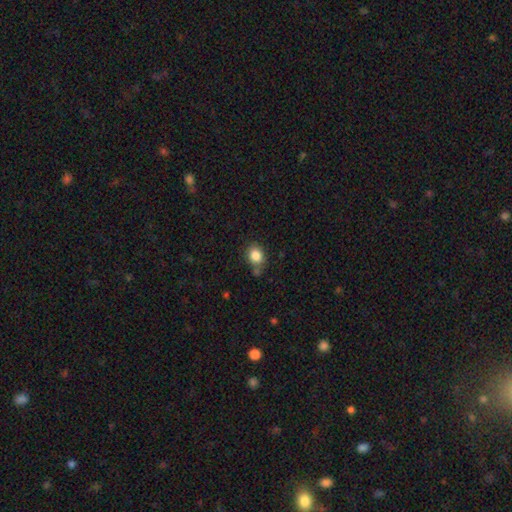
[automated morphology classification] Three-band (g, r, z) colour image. It shows a smooth galaxy with no disk features (85%) that is round (54%). Merging: none (70%).